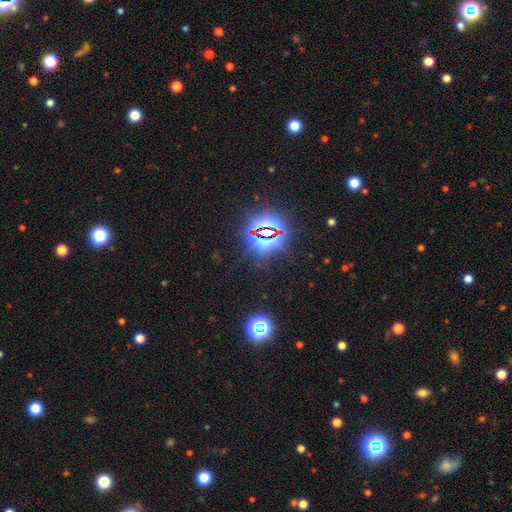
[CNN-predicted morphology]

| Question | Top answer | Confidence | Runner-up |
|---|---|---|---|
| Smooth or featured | star or artifact | 83% | smooth (11%) |